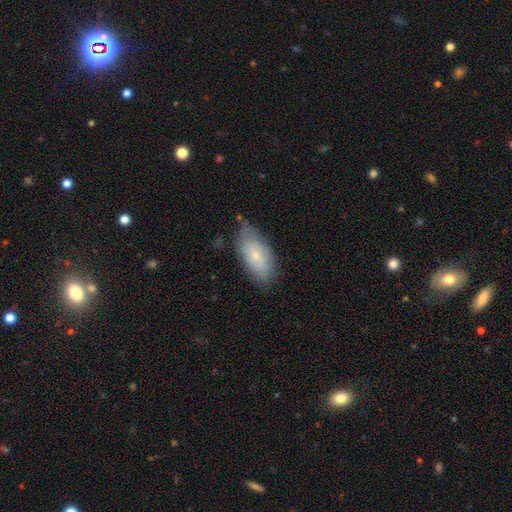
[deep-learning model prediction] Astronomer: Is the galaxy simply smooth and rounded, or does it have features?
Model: smooth — 68%.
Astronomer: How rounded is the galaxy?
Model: in between — 92%.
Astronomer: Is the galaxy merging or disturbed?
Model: none — 67%.